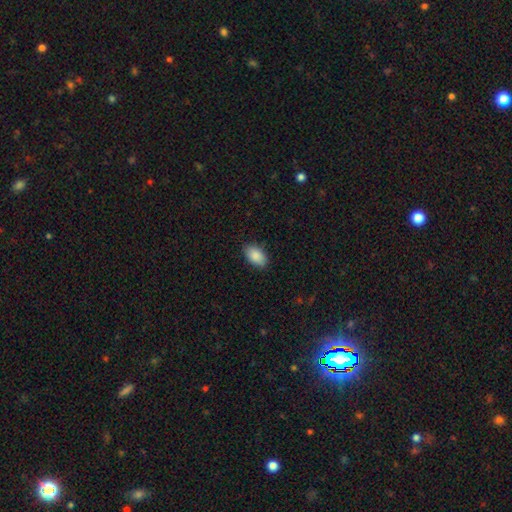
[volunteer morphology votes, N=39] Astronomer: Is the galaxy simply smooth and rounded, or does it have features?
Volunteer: smooth — 87%.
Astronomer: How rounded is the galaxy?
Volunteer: in between — 85%.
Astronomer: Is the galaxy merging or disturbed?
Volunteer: none — 72%.